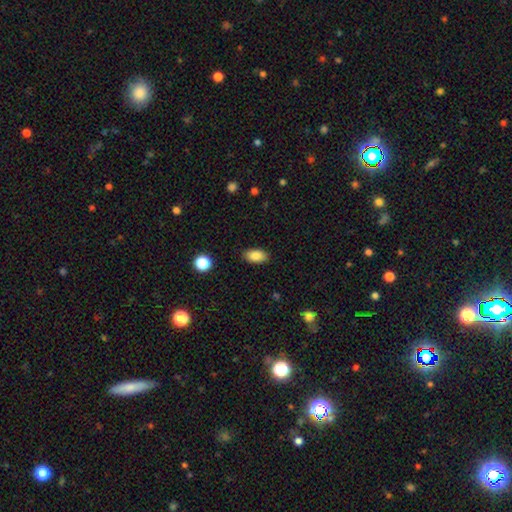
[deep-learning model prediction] Overall: smooth (87%). How rounded: in between (92%). Merging: none (87%).